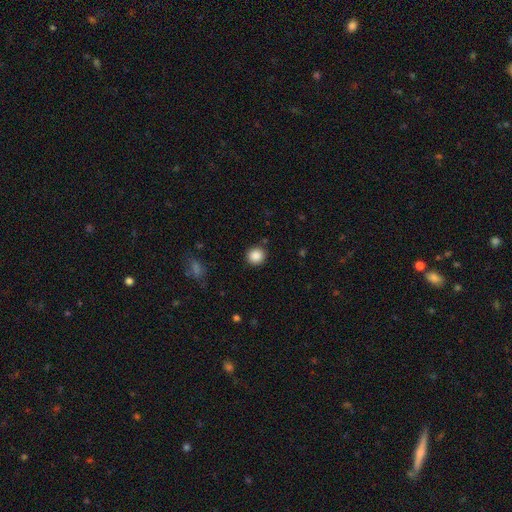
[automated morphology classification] Q: Smooth or featured?
A: smooth (88%); runner-up: star or artifact (9%)
Q: How rounded?
A: round (91%); runner-up: in between (8%)
Q: Merging?
A: none (89%); runner-up: minor disturbance (7%)